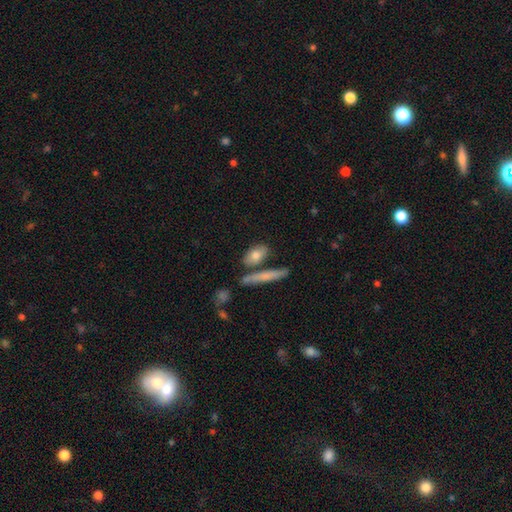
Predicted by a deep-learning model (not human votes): Overall: smooth (73%). How rounded: in between (64%; cigar-shaped 28%). Merging: none (65%).